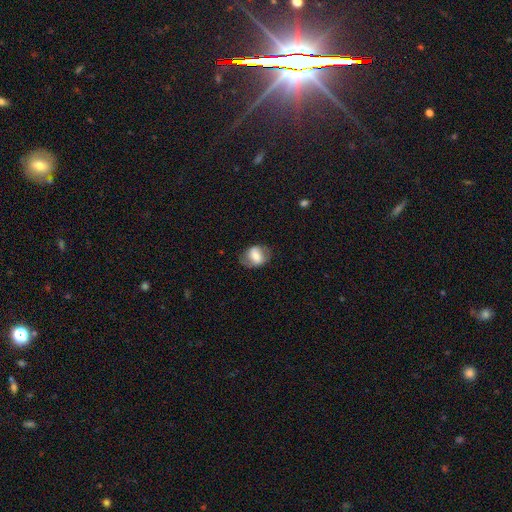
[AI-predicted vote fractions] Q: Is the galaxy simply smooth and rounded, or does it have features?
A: smooth — 55%.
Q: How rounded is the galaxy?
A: in between — 64%.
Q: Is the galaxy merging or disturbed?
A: none — 69%.